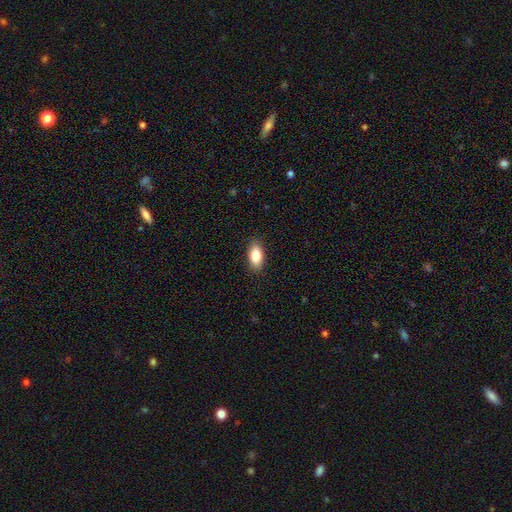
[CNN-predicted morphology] A smooth galaxy with no disk features (85%) that is in between round and cigar-shaped (90%). Merging: none (88%).